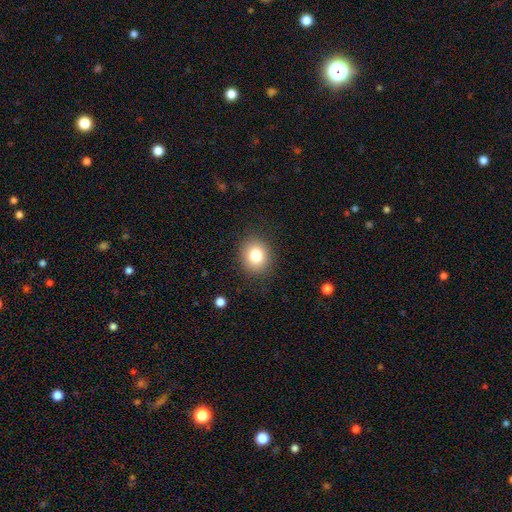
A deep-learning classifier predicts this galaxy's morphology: Overall: smooth (80%). How rounded: round (76%). Merging: none (88%).